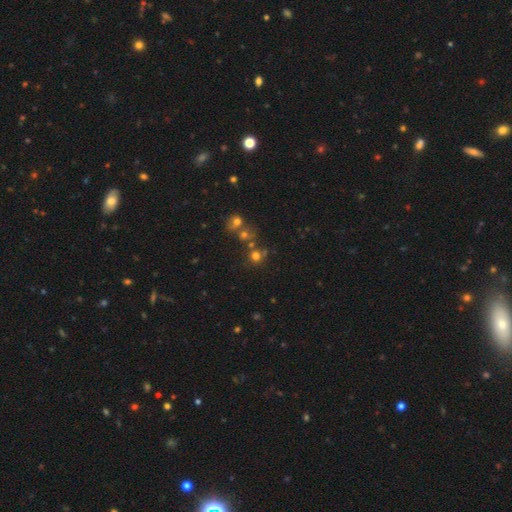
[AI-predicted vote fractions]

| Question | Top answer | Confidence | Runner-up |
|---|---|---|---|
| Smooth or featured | smooth | 67% | star or artifact (24%) |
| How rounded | round | 88% | in between (11%) |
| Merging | none | 62% | merger (24%) |